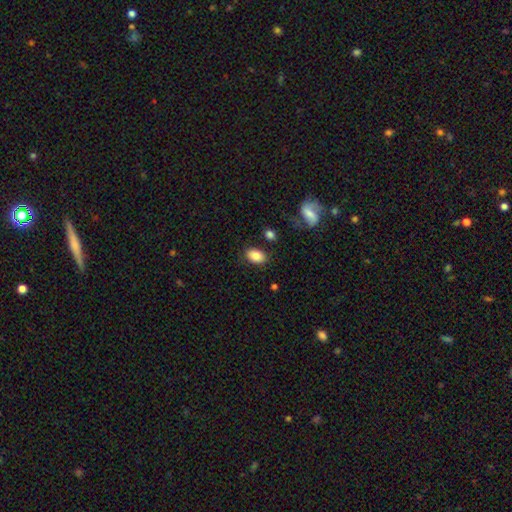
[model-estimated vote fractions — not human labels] This is clearly a smooth galaxy (83%). How rounded: clearly in between (87%). Merging: clearly none (81%).